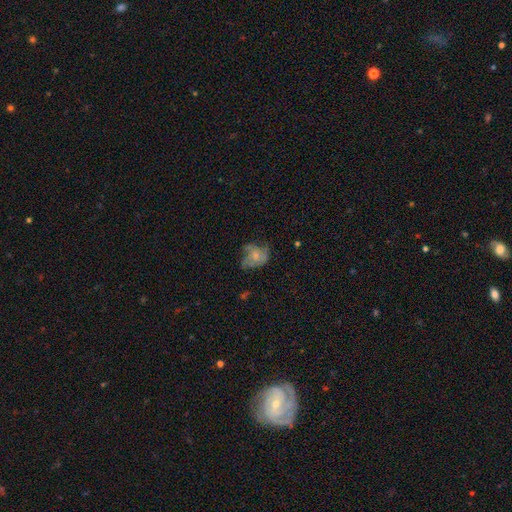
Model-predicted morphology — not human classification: type=featured or disk (57%); edge-on=no (98%); bar=no (83%); spiral arms=yes (72%); bulge=small (62%); merging=none (45%).